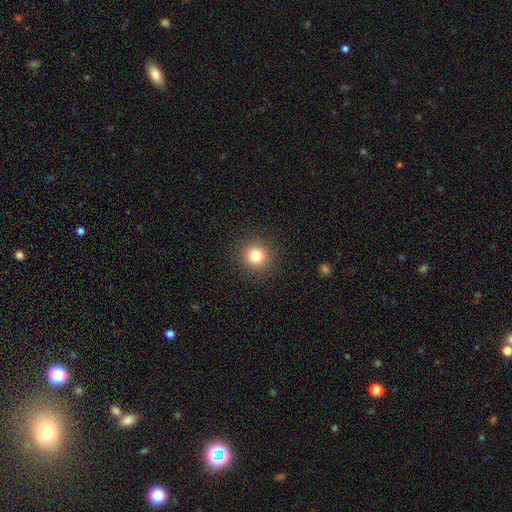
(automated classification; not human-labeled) Smooth or featured? Predicted: smooth (p=0.81). How rounded? Predicted: round (p=0.94). Merging? Predicted: none (p=0.91).